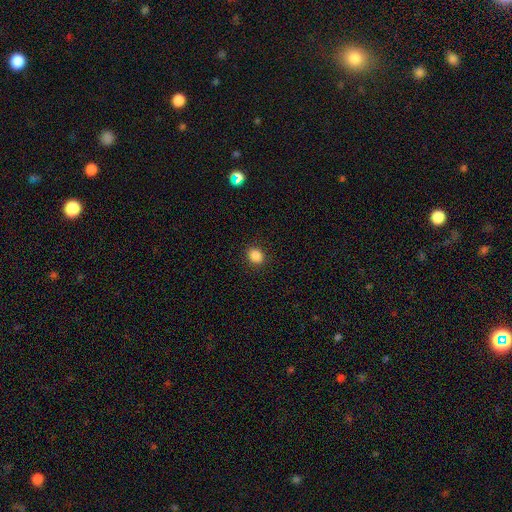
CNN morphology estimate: Q: Smooth or featured?
A: smooth (86%); runner-up: star or artifact (11%)
Q: How rounded?
A: round (61%); runner-up: in between (38%)
Q: Merging?
A: none (89%); runner-up: minor disturbance (7%)